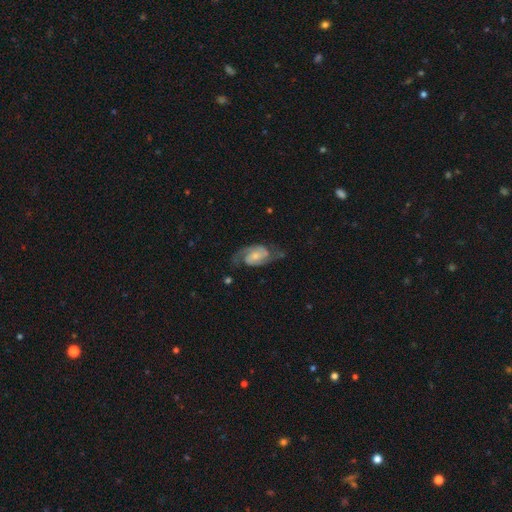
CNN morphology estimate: The model was most divided on "bar": no: 52%, weak: 37%, strong: 11%. Remaining: edge-on disk — no (97%); spiral arms — yes (97%); spiral arm count — 2 (91%); smooth or featured — featured or disk (86%); merging — none (68%); spiral winding — medium (51%); bulge size — small (49%).